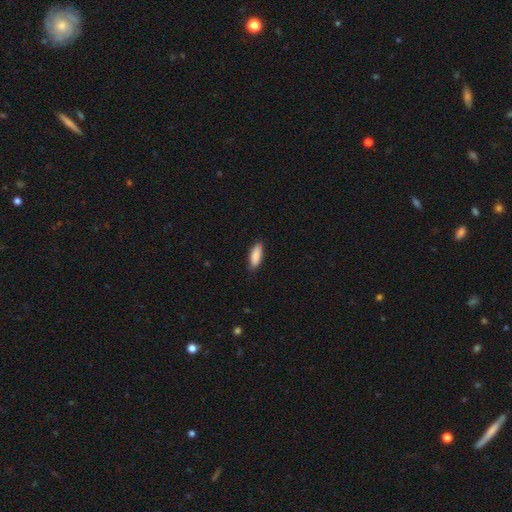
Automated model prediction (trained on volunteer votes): A smooth galaxy with no disk features (89%) that is in between round and cigar-shaped (66%). Merging: none (82%).